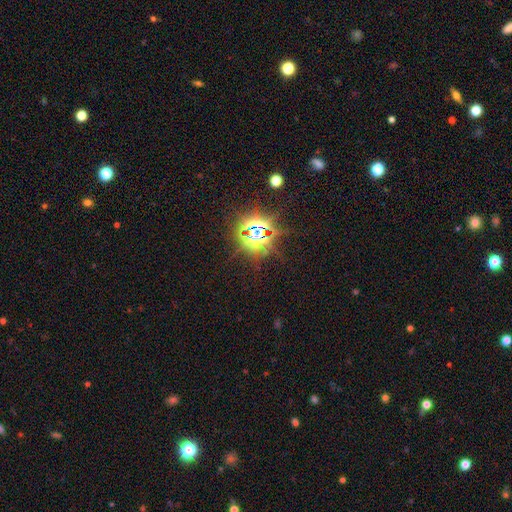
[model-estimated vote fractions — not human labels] smooth_or_featured: star or artifact (p=0.84) [alt: smooth p=0.10]